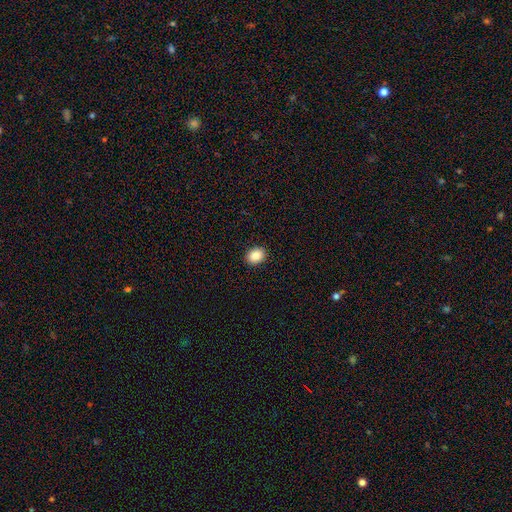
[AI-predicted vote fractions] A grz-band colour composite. It shows a smooth galaxy with no disk features (85%) that is round (51%). Merging: none (92%).